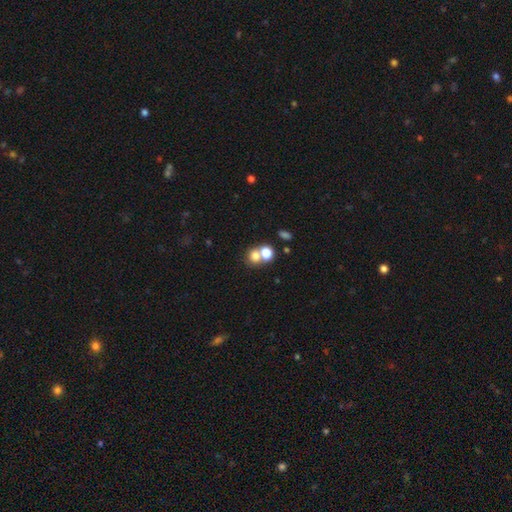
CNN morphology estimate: type=smooth (73%); roundness=round (69%); merging=merger (52%).